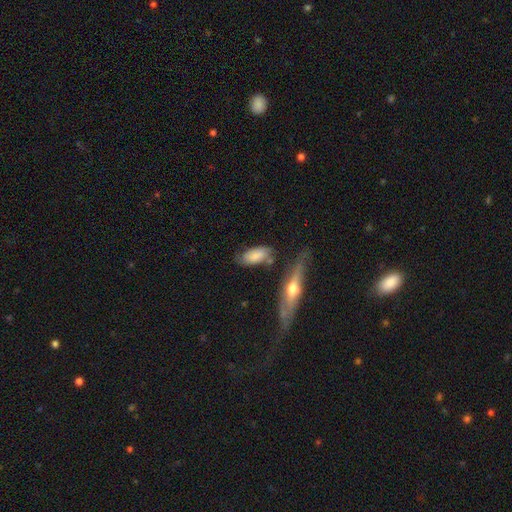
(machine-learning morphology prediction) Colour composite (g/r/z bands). It shows a smooth galaxy with no disk features (70%) that is in between round and cigar-shaped (83%). Merging: none (57%).